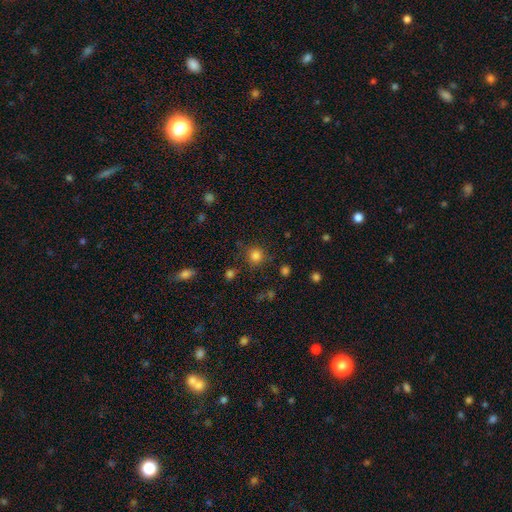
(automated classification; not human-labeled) This is clearly a smooth galaxy (81%). How rounded: clearly round (89%). Merging: clearly none (80%).